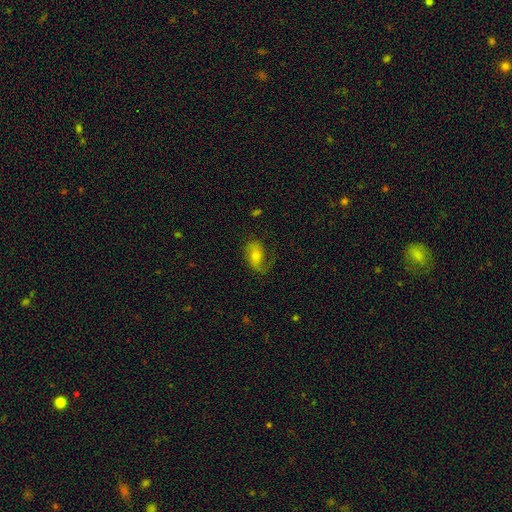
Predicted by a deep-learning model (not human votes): A featured or disk galaxy (53%) with no bar (52%), spiral arms (86%) and a moderate central bulge (53%). Merging: none (60%).